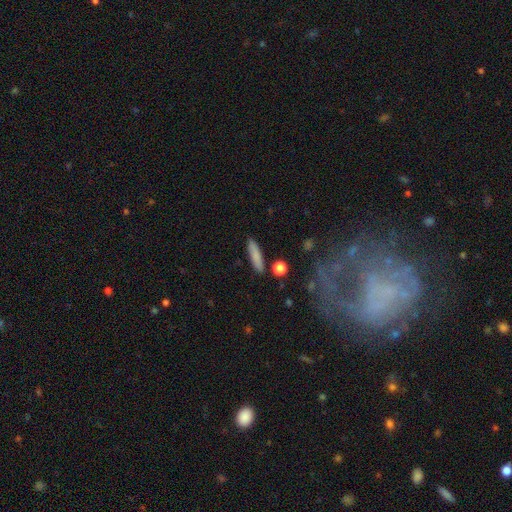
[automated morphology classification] This is clearly a smooth galaxy (82%). How rounded: likely cigar-shaped (78%). Merging: clearly none (87%).